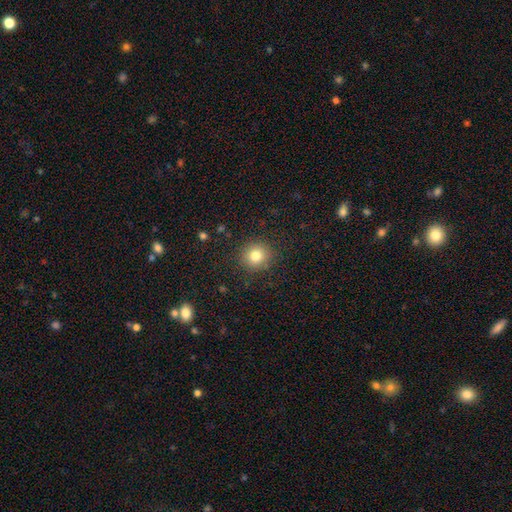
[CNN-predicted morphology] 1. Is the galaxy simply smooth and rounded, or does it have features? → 80% smooth, 12% star or artifact, 8% featured or disk.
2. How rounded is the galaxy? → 90% round, 9% in between, 1% cigar-shaped.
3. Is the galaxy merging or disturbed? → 89% none, 7% minor disturbance, 3% major disturbance, 1% merger.